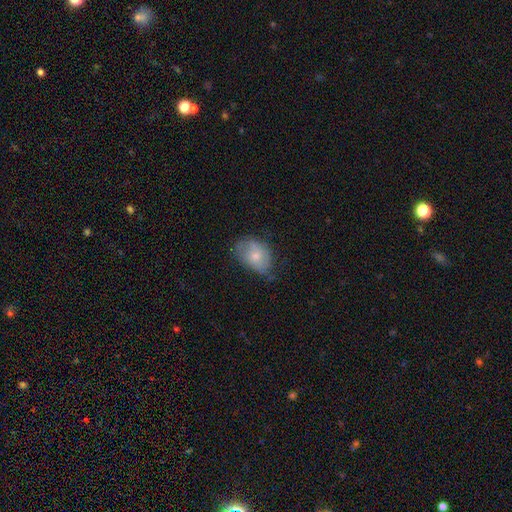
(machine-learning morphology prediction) A smooth galaxy with no disk features (65%) that is in between round and cigar-shaped (74%). Merging: none (50%).